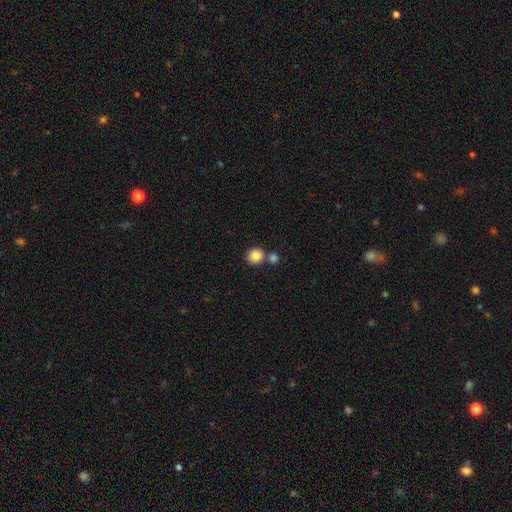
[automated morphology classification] This appears to be a smooth galaxy with no disk features (86%) that is round (89%). Merging: none (65%).